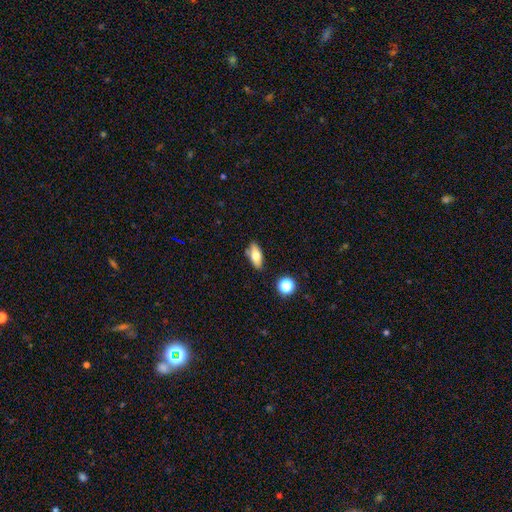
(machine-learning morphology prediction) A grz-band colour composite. It shows a smooth galaxy with no disk features (70%) that is in between round and cigar-shaped (82%). Merging: none (79%).